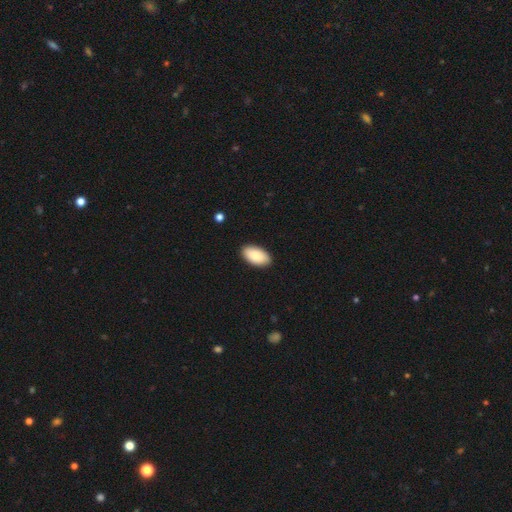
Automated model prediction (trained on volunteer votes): This is clearly a smooth galaxy (87%). How rounded: clearly in between (95%). Merging: clearly none (90%).